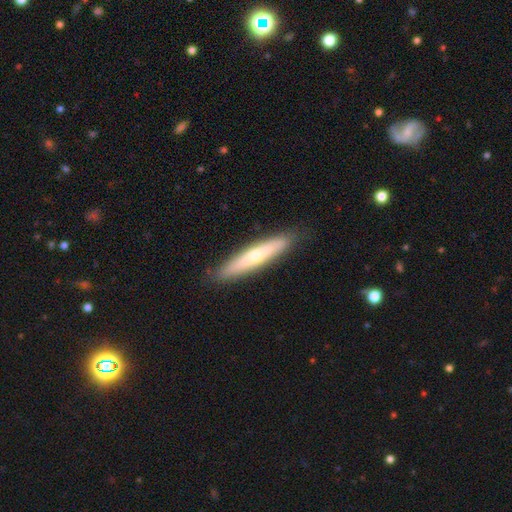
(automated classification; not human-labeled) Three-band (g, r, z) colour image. It shows a smooth galaxy with no disk features (47%). Merging: none (88%).